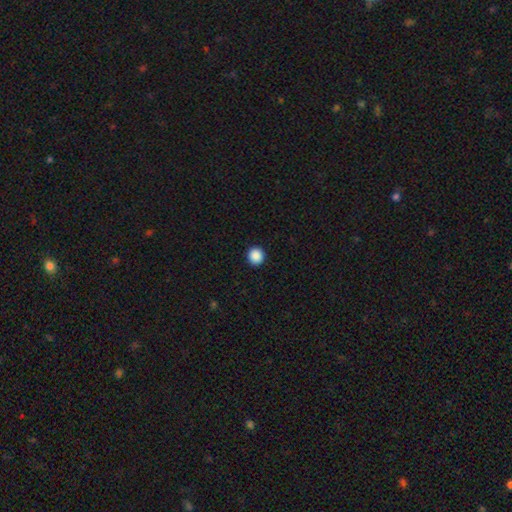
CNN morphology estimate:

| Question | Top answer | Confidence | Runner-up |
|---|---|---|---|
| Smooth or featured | smooth | 89% | star or artifact (9%) |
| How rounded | round | 92% | in between (7%) |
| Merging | none | 94% | minor disturbance (4%) |